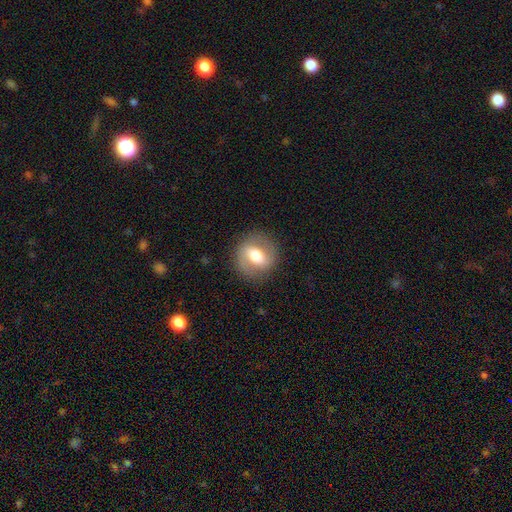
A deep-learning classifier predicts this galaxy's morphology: Smooth or featured: featured or disk — 50% (smooth — 43%)
Merging: none — 84% (minor disturbance — 10%)